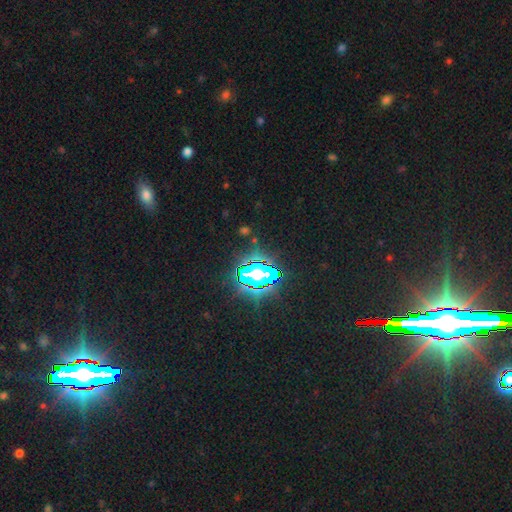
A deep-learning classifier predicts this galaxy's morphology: This appears to be a star or artifact, not a galaxy (84%).